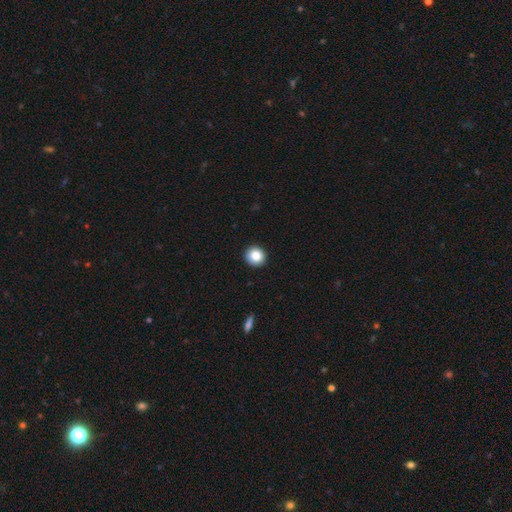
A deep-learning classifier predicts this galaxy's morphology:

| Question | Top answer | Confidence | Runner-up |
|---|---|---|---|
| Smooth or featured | smooth | 85% | star or artifact (9%) |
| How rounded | round | 90% | in between (9%) |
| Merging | none | 92% | minor disturbance (5%) |